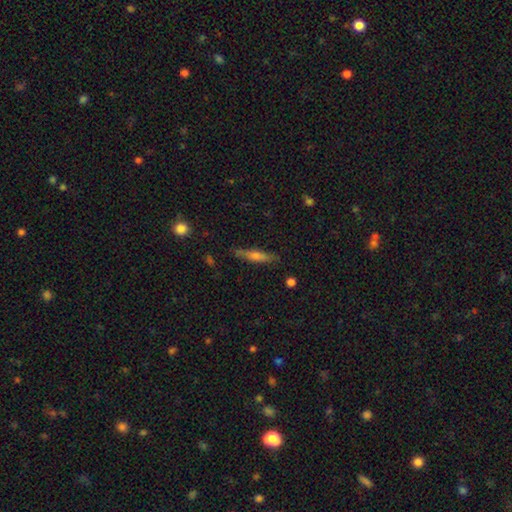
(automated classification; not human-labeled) Smooth or featured: featured or disk — 48% (smooth — 44%)
Merging: none — 84% (minor disturbance — 12%)